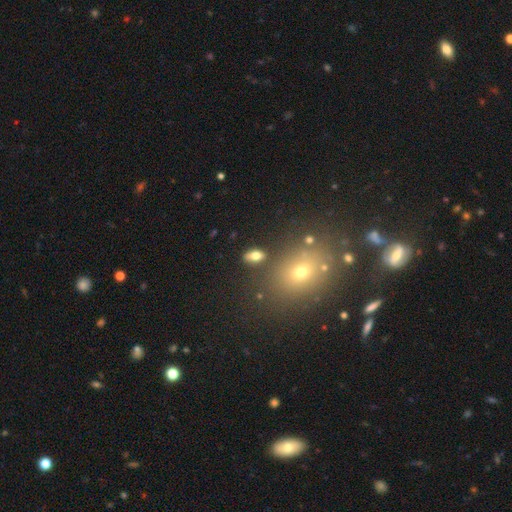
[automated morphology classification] Smooth or featured? smooth (73%)
How rounded? in between (84%)
Merging? none (80%)